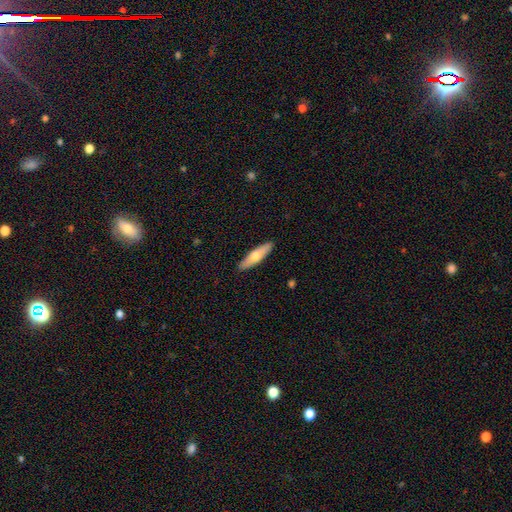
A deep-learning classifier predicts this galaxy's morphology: Smooth or featured? smooth (60%)
How rounded? cigar-shaped (69%)
Merging? none (90%)